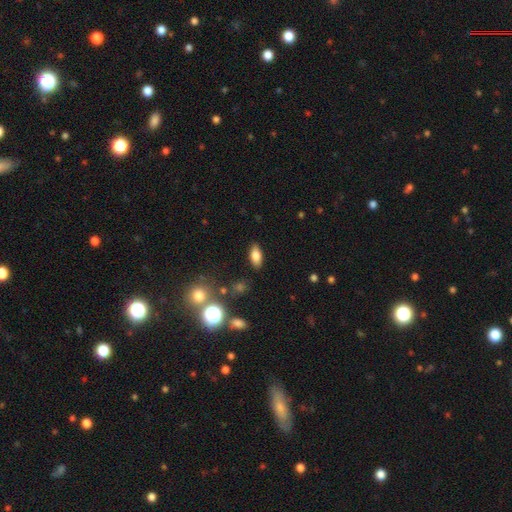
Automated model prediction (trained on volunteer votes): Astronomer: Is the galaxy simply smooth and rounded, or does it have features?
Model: smooth — 77%.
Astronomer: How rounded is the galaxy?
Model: in between — 83%.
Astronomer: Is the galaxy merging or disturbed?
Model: none — 87%.